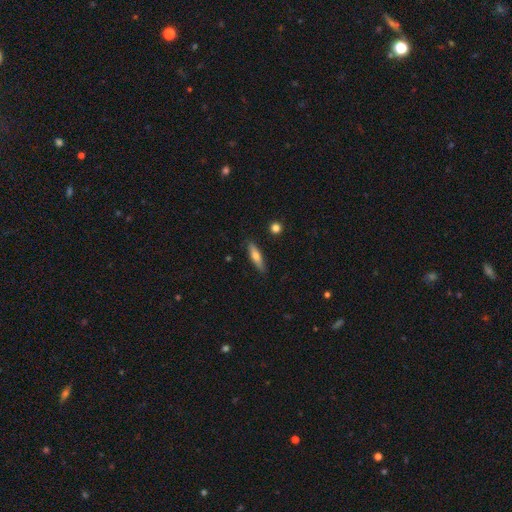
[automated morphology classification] This is likely a smooth galaxy (63%). How rounded: likely cigar-shaped (75%). Merging: clearly none (87%).